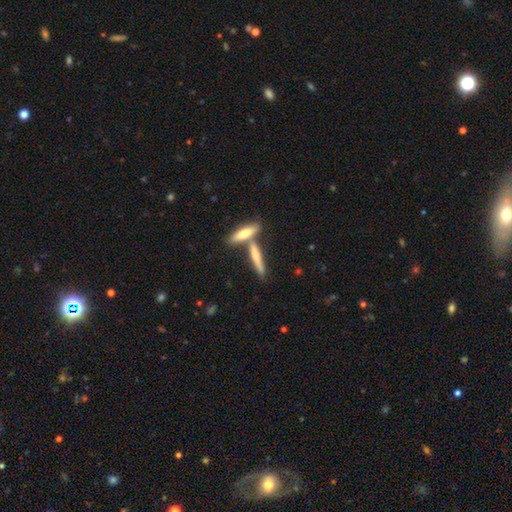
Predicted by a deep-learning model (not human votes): The model was most divided on "smooth or featured": smooth: 58%, featured or disk: 35%, star or artifact: 6%. More confident: how rounded — cigar-shaped (86%); merging — none (57%).